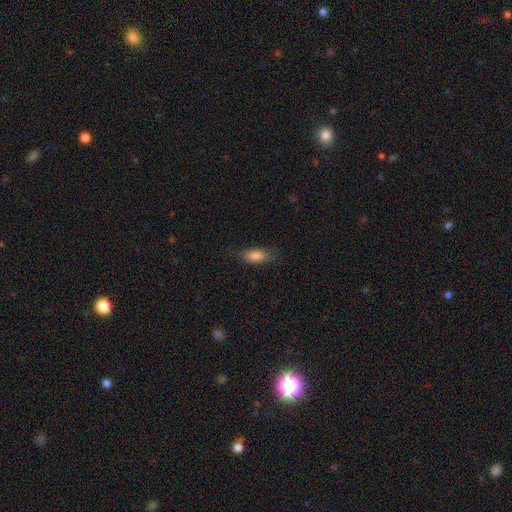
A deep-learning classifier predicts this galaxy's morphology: smooth_or_featured: smooth (p=0.85) [alt: star or artifact p=0.08]
how_rounded: in between (p=0.86) [alt: cigar-shaped p=0.10]
merging: none (p=0.73) [alt: minor disturbance p=0.19]